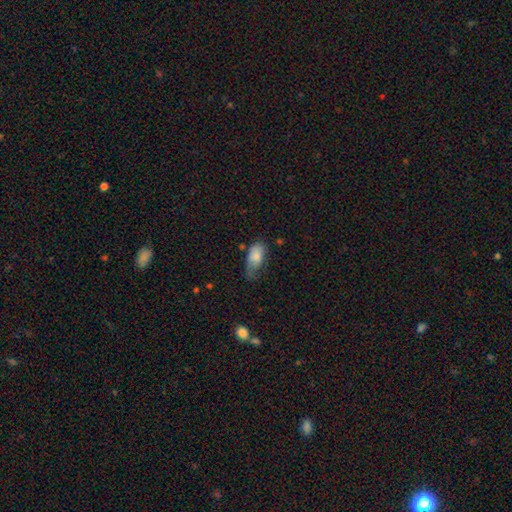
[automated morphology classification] The model was most divided on "merging": minor disturbance: 41%, none: 32%, major disturbance: 24%, merger: 3%. More confident: how rounded — in between (92%); smooth or featured — smooth (76%).